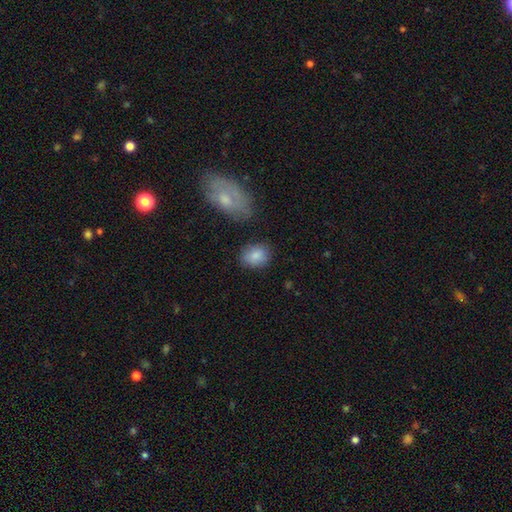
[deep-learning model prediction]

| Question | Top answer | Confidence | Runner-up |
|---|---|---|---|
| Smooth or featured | smooth | 85% | featured or disk (7%) |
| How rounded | in between | 53% | round (45%) |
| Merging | none | 77% | minor disturbance (15%) |